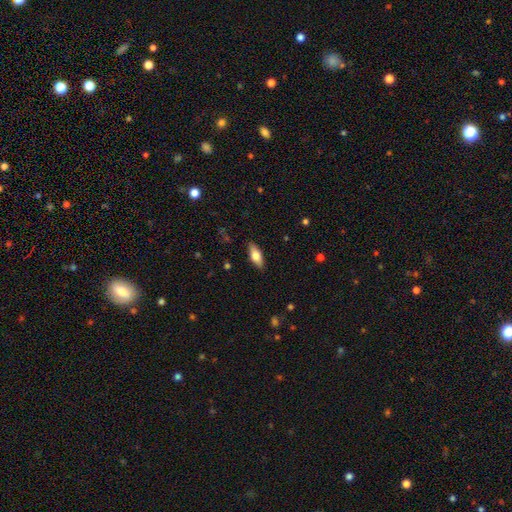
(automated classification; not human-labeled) Q: Smooth or featured?
A: smooth (69%); runner-up: featured or disk (25%)
Q: How rounded?
A: in between (72%); runner-up: cigar-shaped (25%)
Q: Merging?
A: none (88%); runner-up: minor disturbance (9%)